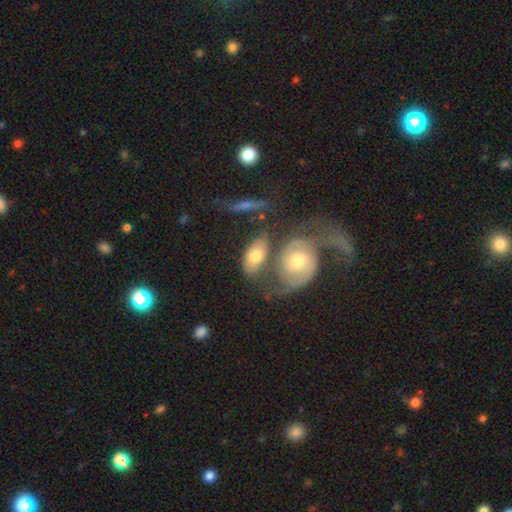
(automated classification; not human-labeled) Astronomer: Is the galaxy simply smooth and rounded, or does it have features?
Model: smooth — 53% (runner-up: featured or disk, 40%).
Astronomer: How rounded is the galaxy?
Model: in between — 87%.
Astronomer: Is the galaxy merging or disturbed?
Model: merger — 38% (runner-up: none, 37%).